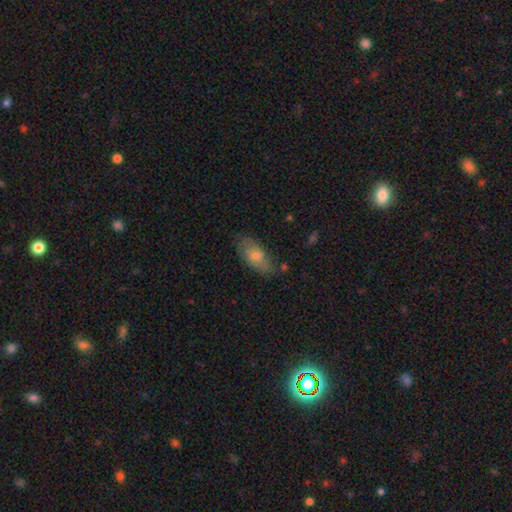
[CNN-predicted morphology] Smooth or featured?
  - smooth: 72% *
  - featured or disk: 22%
  - star or artifact: 7%
How rounded?
  - in between: 85% *
  - cigar-shaped: 12%
  - round: 3%
Merging?
  - none: 74% *
  - minor disturbance: 19%
  - major disturbance: 4%
  - merger: 3%